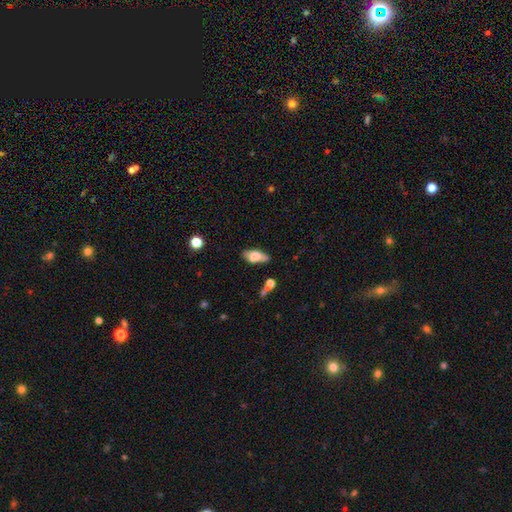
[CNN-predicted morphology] A smooth galaxy with no disk features (64%) that is in between round and cigar-shaped (81%).

Vote fractions:
- Smooth or featured? smooth: 64% / featured or disk: 29% / star or artifact: 7%
- How rounded? in between: 81% / cigar-shaped: 16% / round: 3%
- Merging? none: 68% / minor disturbance: 18% / merger: 9% / major disturbance: 5%